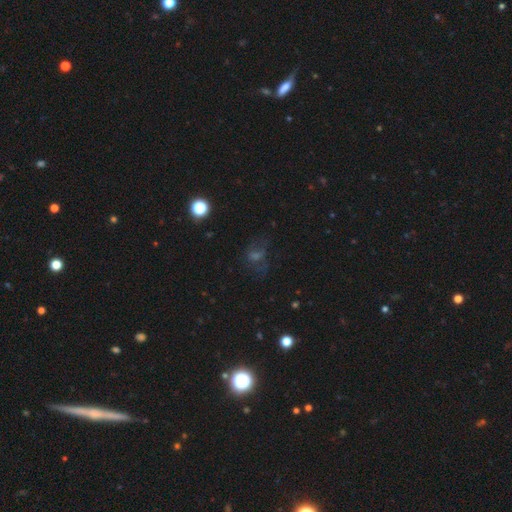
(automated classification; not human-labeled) Smooth or featured? Predicted: star or artifact (p=0.38).